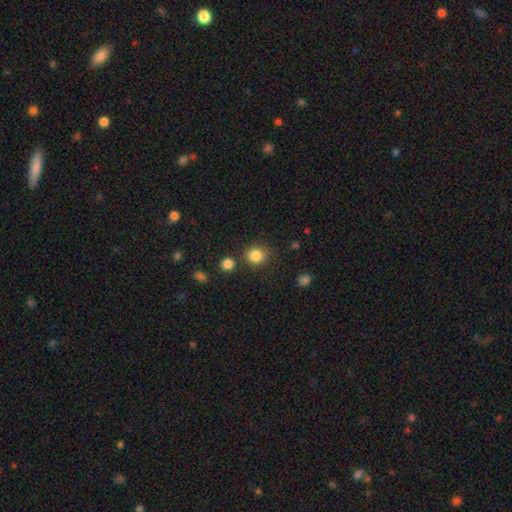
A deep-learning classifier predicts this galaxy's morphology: The model was most divided on "how rounded": round: 82%, in between: 17%, cigar-shaped: 1%. More confident: smooth or featured — smooth (85%); merging — none (81%).